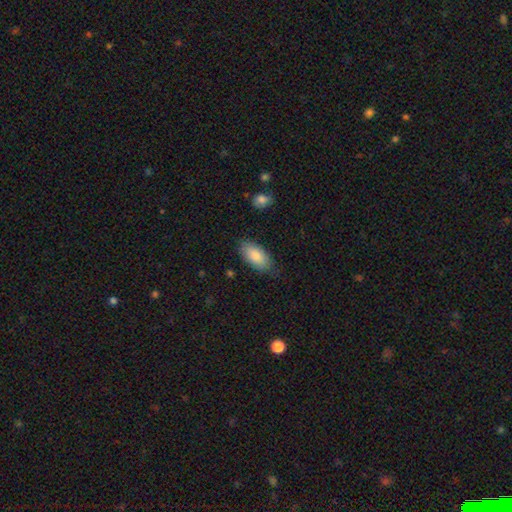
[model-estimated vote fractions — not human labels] Smooth or featured? smooth (86%)
How rounded? in between (92%)
Merging? none (79%)